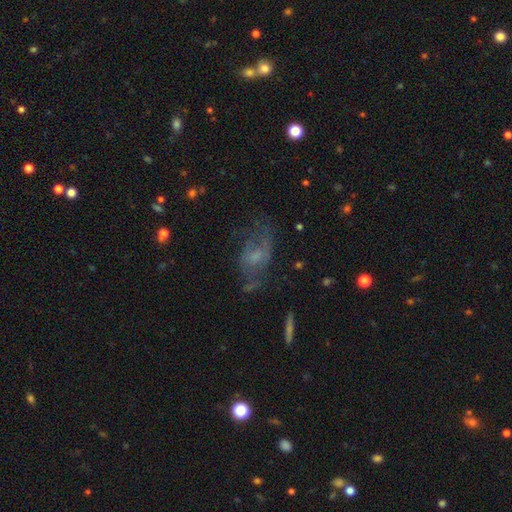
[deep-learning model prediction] This appears to be a featured or disk galaxy (53%). Merging: none (45%).